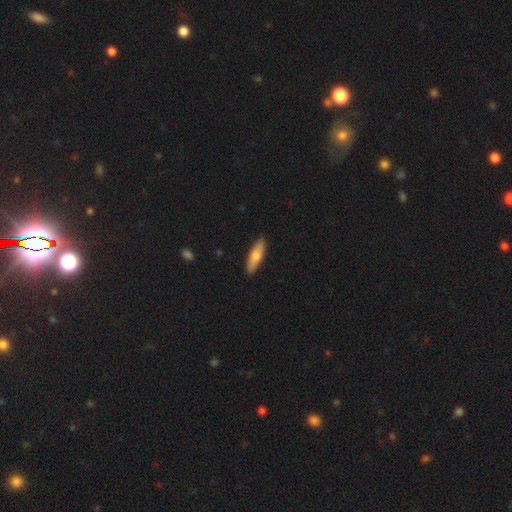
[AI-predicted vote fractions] Q: Smooth or featured?
A: smooth (72%); runner-up: featured or disk (23%)
Q: How rounded?
A: cigar-shaped (57%); runner-up: in between (41%)
Q: Merging?
A: none (90%); runner-up: minor disturbance (8%)